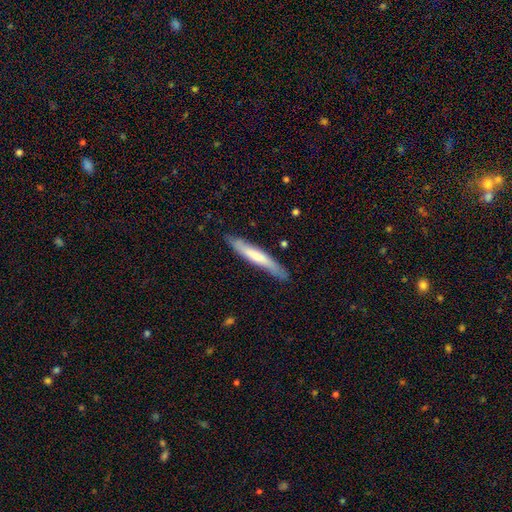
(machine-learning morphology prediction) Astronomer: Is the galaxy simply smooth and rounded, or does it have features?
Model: smooth — 48% (runner-up: featured or disk, 44%).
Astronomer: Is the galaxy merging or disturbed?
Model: none — 85%.